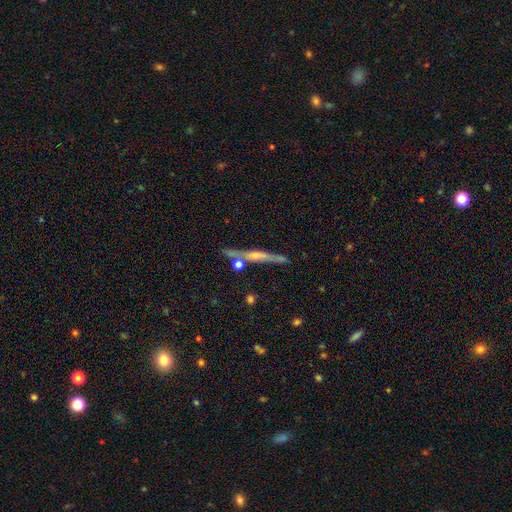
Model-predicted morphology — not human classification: Smooth or featured?
  - featured or disk: 64% *
  - smooth: 28%
  - star or artifact: 7%
Edge-on disk?
  - yes: 94% *
  - no: 6%
Edge-on bulge?
  - rounded: 56% *
  - none: 33%
  - boxy: 10%
Merging?
  - none: 76% *
  - minor disturbance: 12%
  - merger: 8%
  - major disturbance: 3%